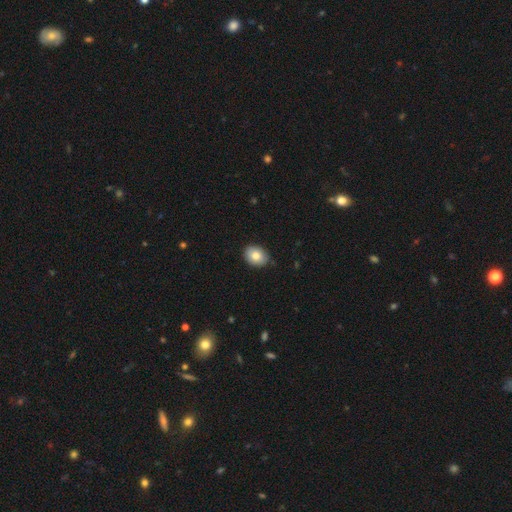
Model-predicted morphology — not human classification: A smooth galaxy with no disk features (80%) that is in between round and cigar-shaped (61%).

Vote fractions:
- Smooth or featured? smooth: 80% / featured or disk: 12% / star or artifact: 8%
- How rounded? in between: 61% / round: 38% / cigar-shaped: 1%
- Merging? none: 84% / minor disturbance: 13% / major disturbance: 2% / merger: 1%